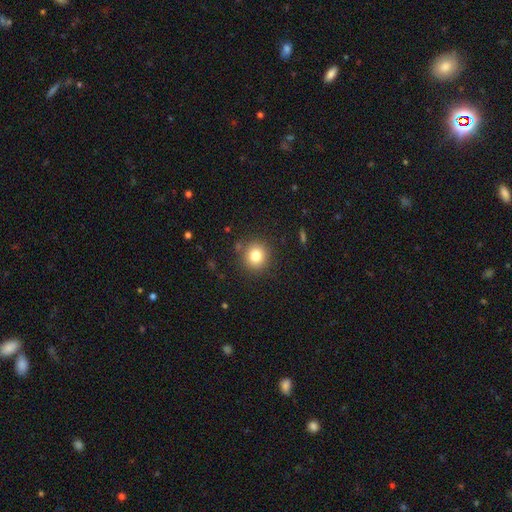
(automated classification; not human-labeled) Morphology: type=smooth (80%); roundness=round (90%); merging=none (87%).